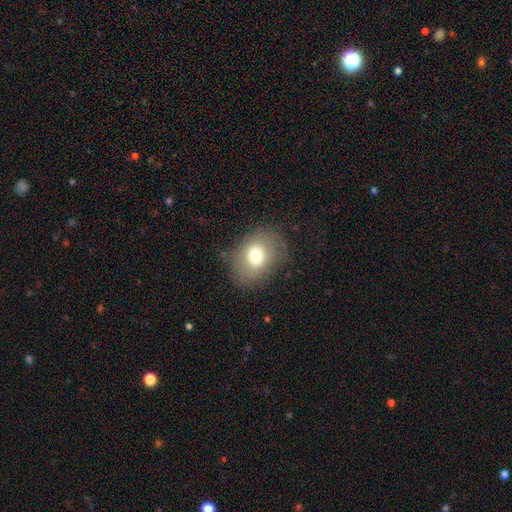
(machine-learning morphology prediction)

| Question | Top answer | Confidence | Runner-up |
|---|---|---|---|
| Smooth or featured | smooth | 72% | featured or disk (17%) |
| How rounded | in between | 60% | round (39%) |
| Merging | none | 79% | minor disturbance (14%) |